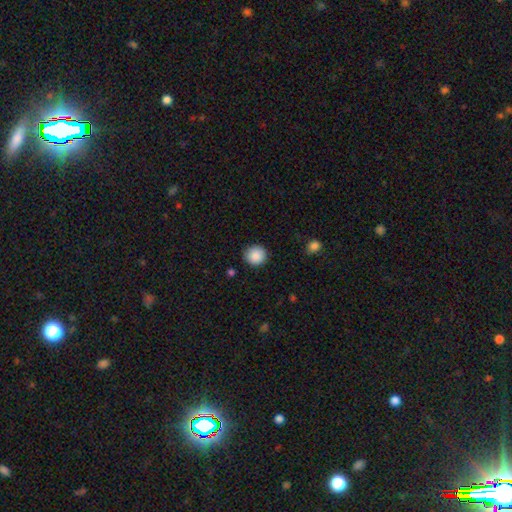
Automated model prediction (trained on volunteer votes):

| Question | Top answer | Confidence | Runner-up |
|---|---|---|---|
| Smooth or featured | smooth | 89% | star or artifact (8%) |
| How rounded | round | 92% | in between (7%) |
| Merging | none | 90% | minor disturbance (7%) |